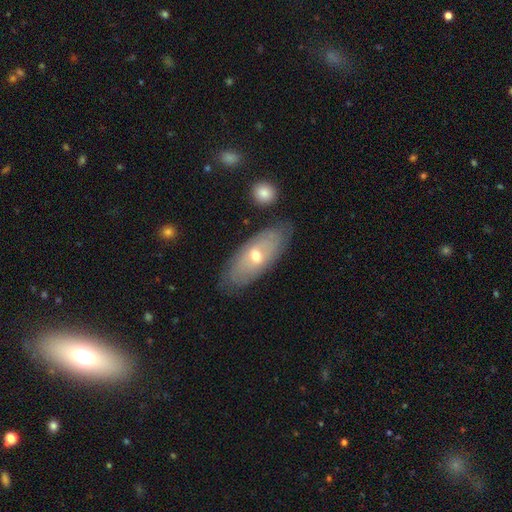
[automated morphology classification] This appears to be a featured or disk galaxy (52%). Merging: none (82%).